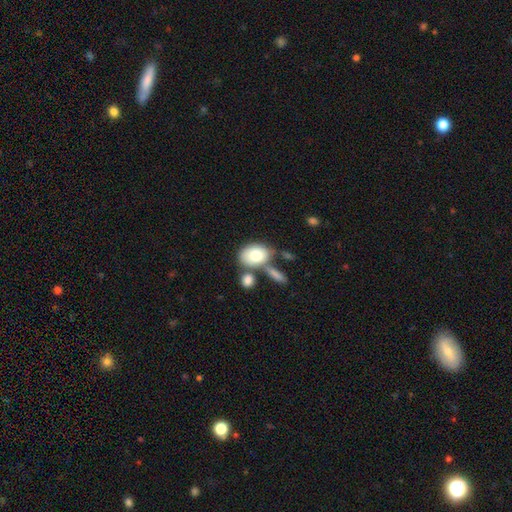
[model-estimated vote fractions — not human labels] Morphology: type=smooth (76%); roundness=in between (77%); merging=none (50%).